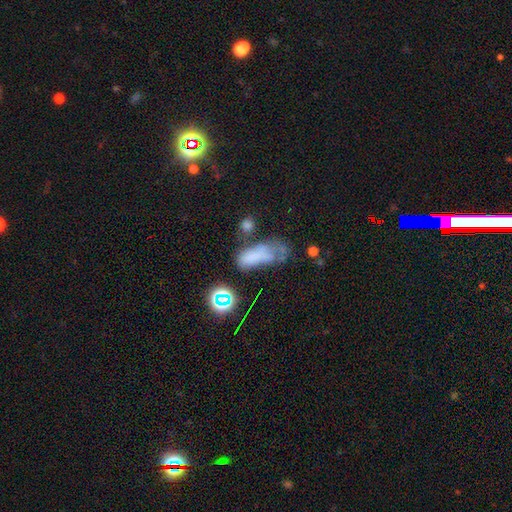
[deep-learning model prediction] Morphology: type=smooth (55%); roundness=in between (76%); merging=major disturbance (35%).